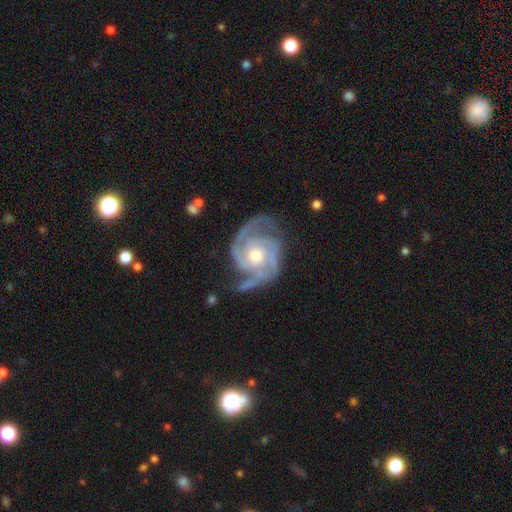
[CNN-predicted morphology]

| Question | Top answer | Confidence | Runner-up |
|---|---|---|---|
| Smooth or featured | featured or disk | 94% | star or artifact (3%) |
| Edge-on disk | no | 98% | yes (2%) |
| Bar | no | 69% | weak (24%) |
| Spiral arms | yes | 99% | no (1%) |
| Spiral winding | tight | 54% | medium (41%) |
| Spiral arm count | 3 | 46% | 2 (34%) |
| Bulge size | moderate | 68% | small (25%) |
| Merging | none | 70% | minor disturbance (20%) |